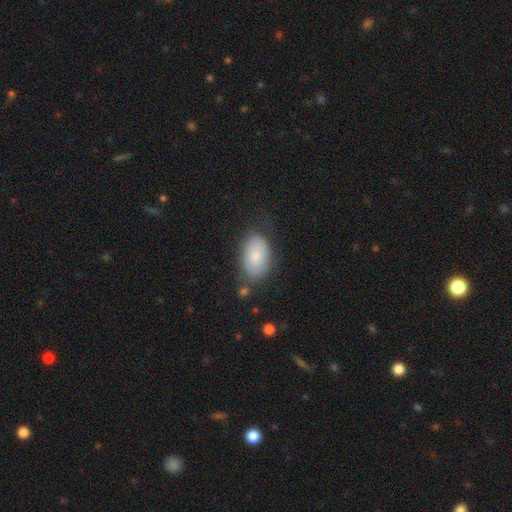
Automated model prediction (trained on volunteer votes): Smooth or featured? smooth (80%)
How rounded? in between (92%)
Merging? none (73%)